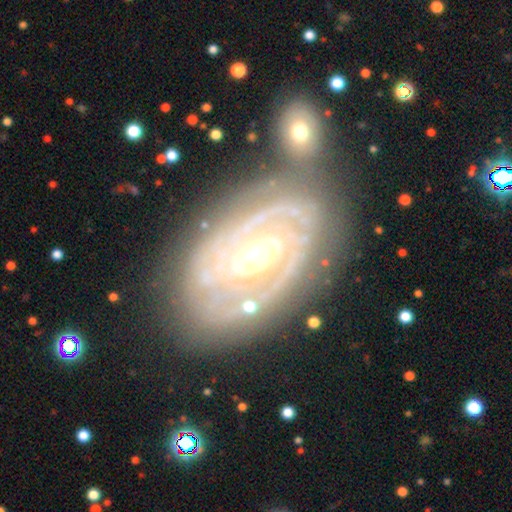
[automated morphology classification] Smooth or featured? Predicted: featured or disk (p=0.87). Edge-on disk? Predicted: no (p=0.94). Bar? Predicted: strong (p=0.36). Spiral arms? Predicted: yes (p=0.87). Spiral winding? Predicted: tight (p=0.72). Spiral arm count? Predicted: 2 (p=0.42). Bulge size? Predicted: moderate (p=0.68). Merging? Predicted: none (p=0.69).